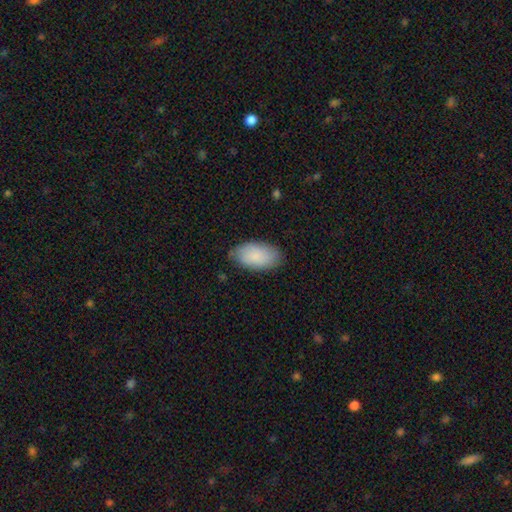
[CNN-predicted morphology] type=smooth (85%); roundness=in between (95%); merging=none (80%).